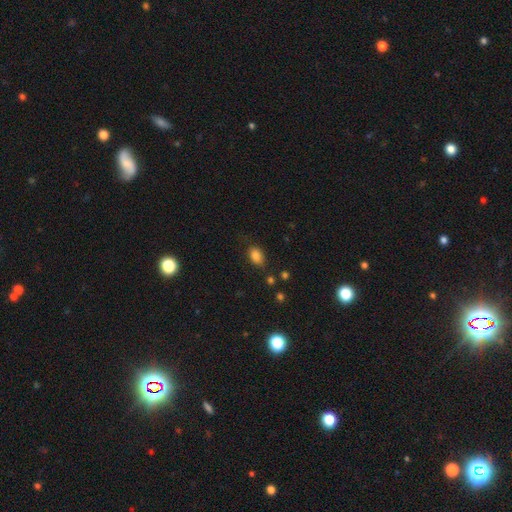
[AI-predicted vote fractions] This is clearly a smooth galaxy (84%). How rounded: clearly in between (84%). Merging: likely none (76%).